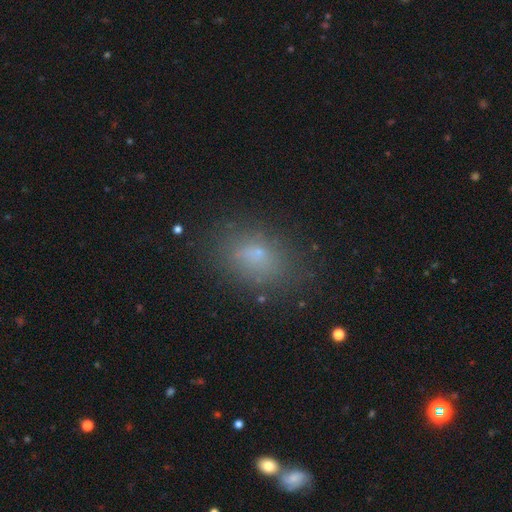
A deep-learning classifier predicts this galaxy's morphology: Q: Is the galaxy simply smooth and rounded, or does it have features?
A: smooth — 69%.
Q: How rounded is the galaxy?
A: in between — 77%.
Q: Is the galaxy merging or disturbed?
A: none — 75%.